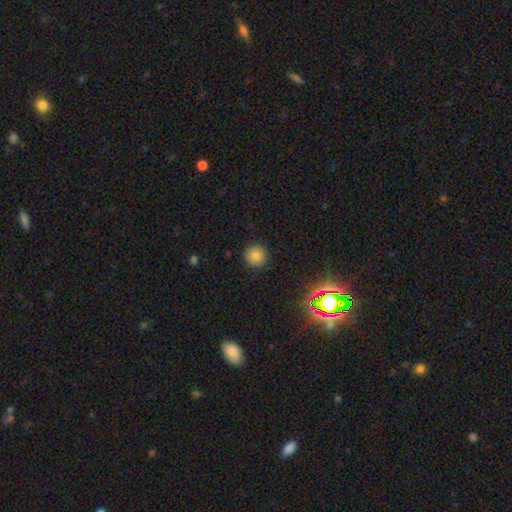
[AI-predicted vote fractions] smooth-or-featured: smooth: 81% | star or artifact: 12% | featured or disk: 7%
  how-rounded: round: 94% | in between: 5% | cigar-shaped: 1%
  merging: none: 91% | minor disturbance: 6% | major disturbance: 2% | merger: 1%